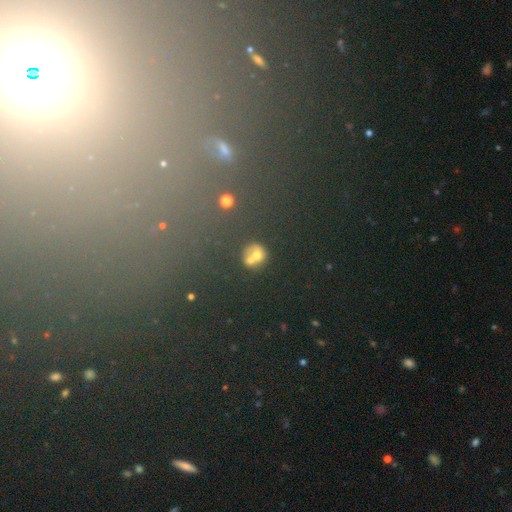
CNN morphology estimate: The model was most divided on "merging": merger: 45%, none: 39%, minor disturbance: 10%, major disturbance: 6%. More confident: how rounded — round (77%); smooth or featured — smooth (61%).